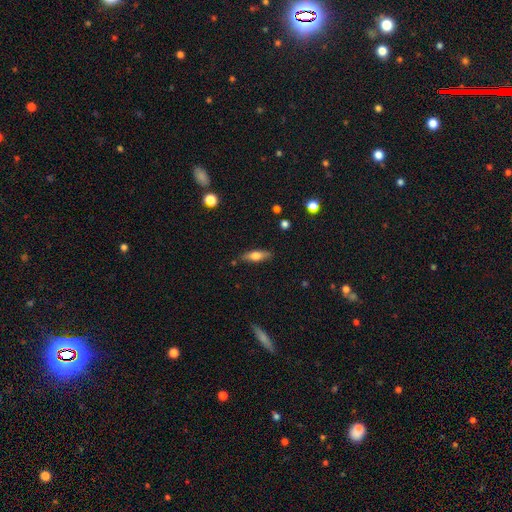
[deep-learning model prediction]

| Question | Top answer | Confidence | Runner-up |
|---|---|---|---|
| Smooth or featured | smooth | 59% | featured or disk (34%) |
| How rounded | cigar-shaped | 52% | in between (46%) |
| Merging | none | 85% | minor disturbance (11%) |